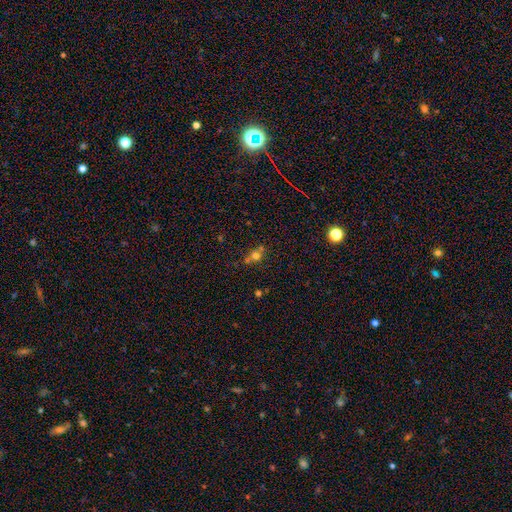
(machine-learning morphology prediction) smooth-or-featured: smooth: 66% | star or artifact: 21% | featured or disk: 13%
  how-rounded: round: 81% | in between: 18% | cigar-shaped: 1%
  merging: none: 51% | merger: 33% | minor disturbance: 11% | major disturbance: 5%